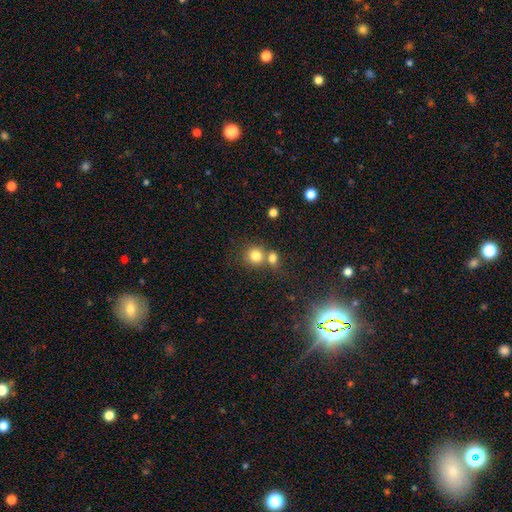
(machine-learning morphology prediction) This is likely a smooth galaxy (80%). How rounded: clearly round (86%). Merging: possibly none (52%).